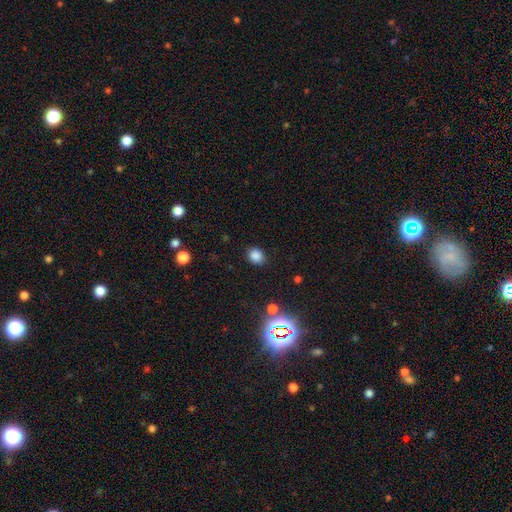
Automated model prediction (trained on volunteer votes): Overall: smooth (82%). How rounded: round (55%; in between 44%). Merging: none (86%).